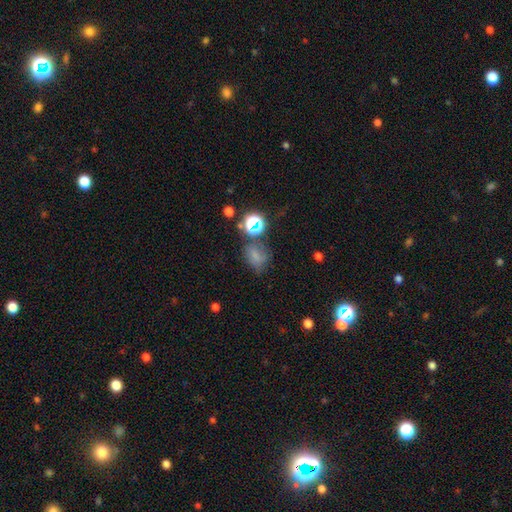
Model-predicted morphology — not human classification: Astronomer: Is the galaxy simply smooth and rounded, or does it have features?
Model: smooth — 60%.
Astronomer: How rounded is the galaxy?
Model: in between — 52% (runner-up: round, 47%).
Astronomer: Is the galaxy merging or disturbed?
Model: none — 50%.